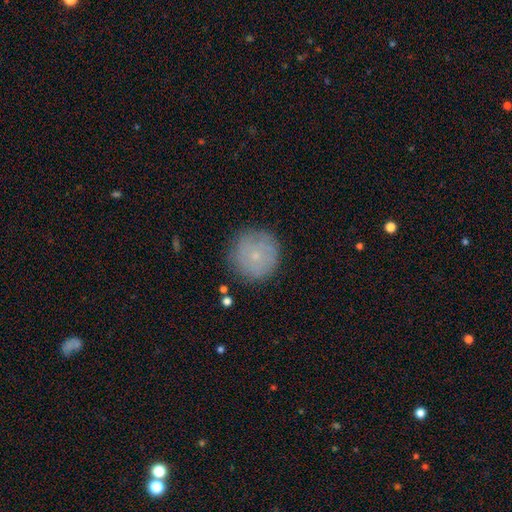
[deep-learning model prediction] Smooth or featured?
  - smooth: 59% *
  - featured or disk: 32%
  - star or artifact: 9%
How rounded?
  - round: 95% *
  - in between: 4%
  - cigar-shaped: 1%
Merging?
  - none: 83% *
  - minor disturbance: 12%
  - major disturbance: 3%
  - merger: 1%